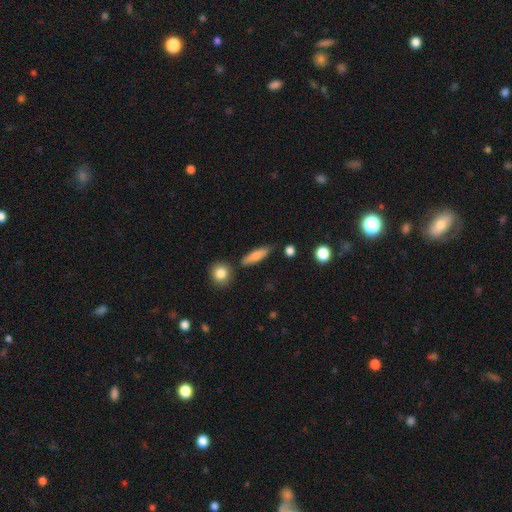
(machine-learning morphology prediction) Q: Smooth or featured?
A: smooth (71%); runner-up: featured or disk (22%)
Q: How rounded?
A: cigar-shaped (62%); runner-up: in between (34%)
Q: Merging?
A: none (80%); runner-up: minor disturbance (12%)